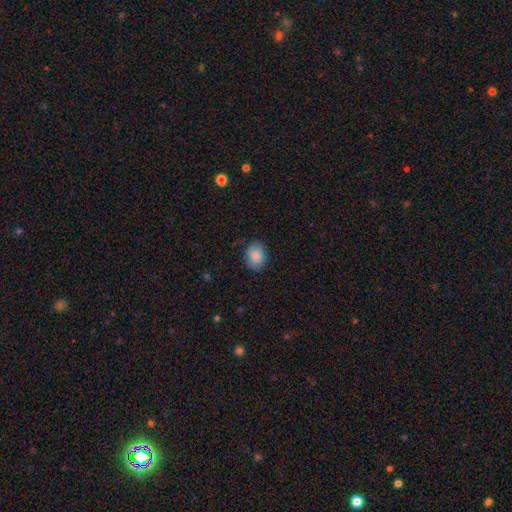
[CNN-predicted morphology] type=smooth (86%); roundness=in between (52%); merging=none (83%).